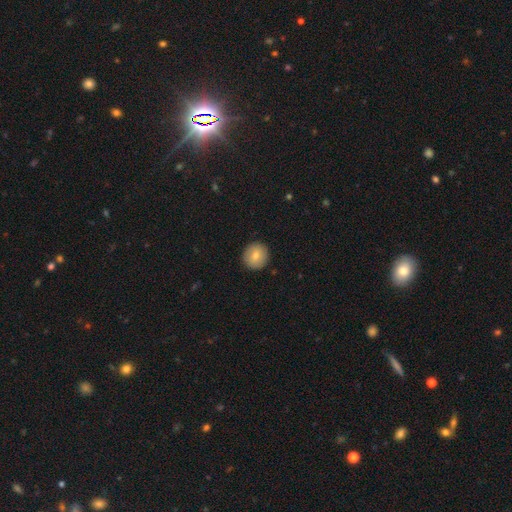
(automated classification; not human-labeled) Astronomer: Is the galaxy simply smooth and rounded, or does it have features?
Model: smooth — 77%.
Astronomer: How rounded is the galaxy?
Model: round — 93%.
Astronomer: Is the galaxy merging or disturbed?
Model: none — 91%.